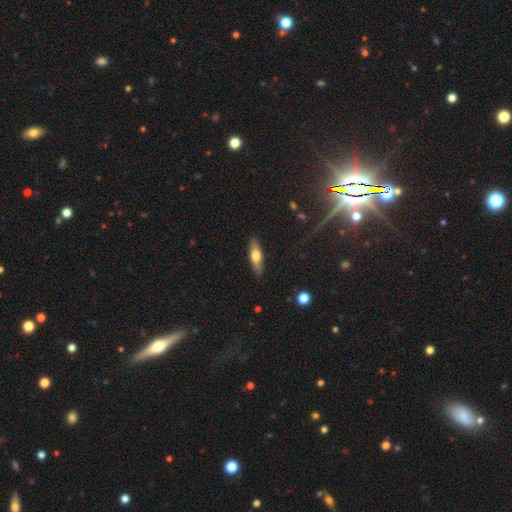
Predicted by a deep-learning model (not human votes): Overall: smooth (62%; featured or disk 32%). How rounded: cigar-shaped (56%; in between 42%). Merging: none (86%).